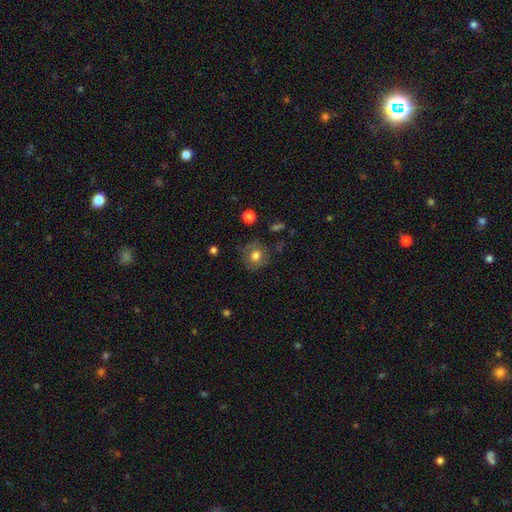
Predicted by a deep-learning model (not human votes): Overall: smooth (73%). How rounded: round (86%). Merging: none (77%).